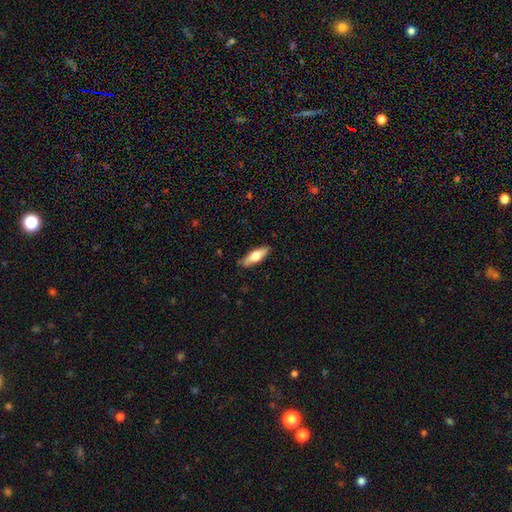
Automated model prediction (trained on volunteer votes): Smooth or featured? smooth (61%)
How rounded? in between (54%)
Merging? none (86%)